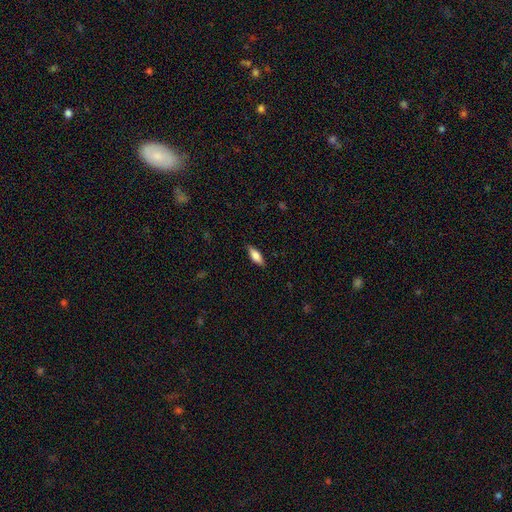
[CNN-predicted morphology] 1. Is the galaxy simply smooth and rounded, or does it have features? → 76% smooth, 18% featured or disk, 6% star or artifact.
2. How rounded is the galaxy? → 67% in between, 31% cigar-shaped, 2% round.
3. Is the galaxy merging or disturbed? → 86% none, 11% minor disturbance, 2% major disturbance, 1% merger.